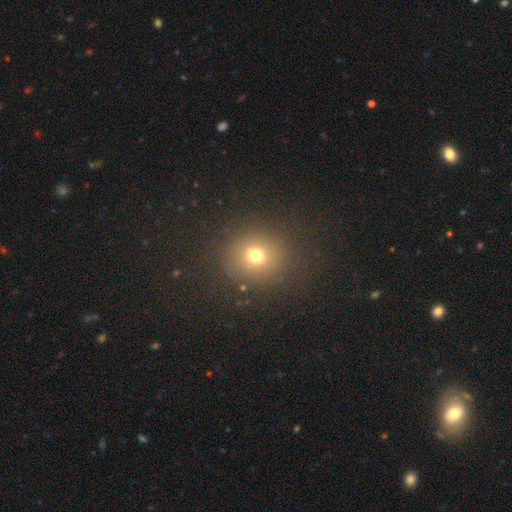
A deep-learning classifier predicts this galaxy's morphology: Smooth or featured? smooth (71%)
How rounded? round (87%)
Merging? none (86%)